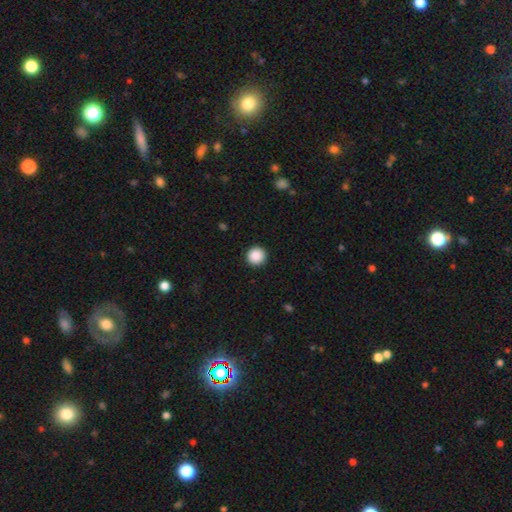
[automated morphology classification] smooth_or_featured: smooth (p=0.89) [alt: star or artifact p=0.09]
how_rounded: round (p=0.95) [alt: in between p=0.04]
merging: none (p=0.93) [alt: minor disturbance p=0.05]